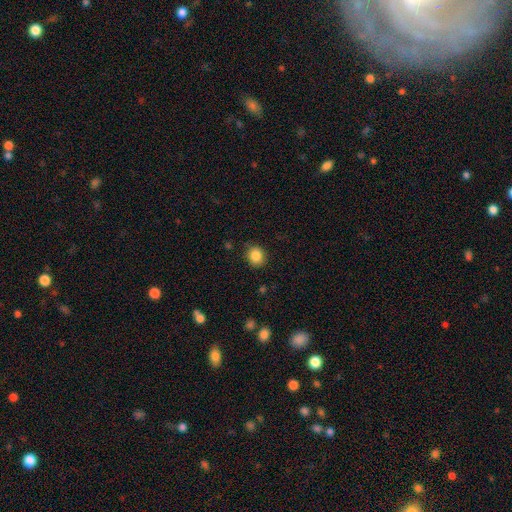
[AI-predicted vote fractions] Smooth or featured? smooth (86%)
How rounded? round (74%)
Merging? none (83%)